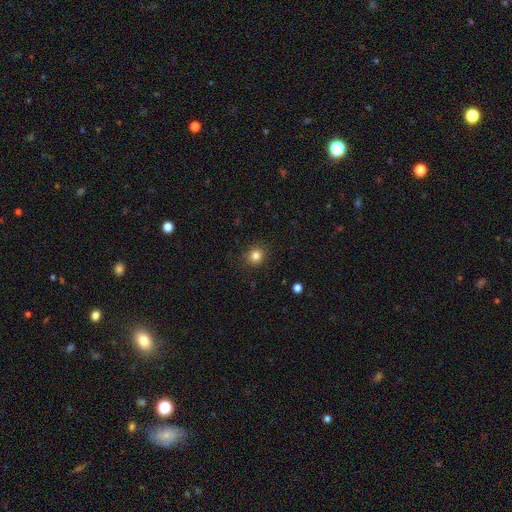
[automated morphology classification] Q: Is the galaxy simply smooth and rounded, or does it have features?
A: smooth — 83%.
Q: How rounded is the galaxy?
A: round — 88%.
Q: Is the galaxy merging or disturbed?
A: none — 89%.